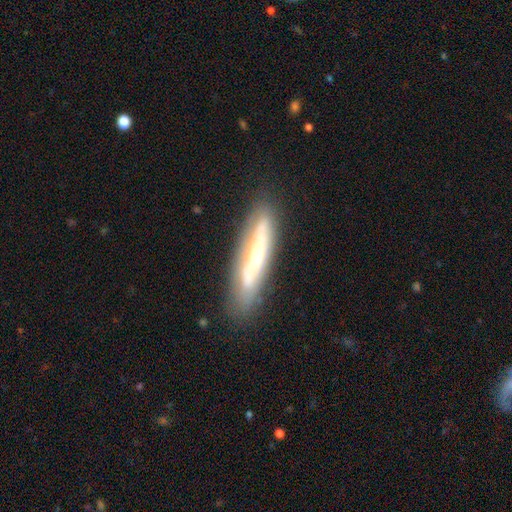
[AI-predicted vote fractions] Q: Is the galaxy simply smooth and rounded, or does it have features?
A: featured or disk — 56%.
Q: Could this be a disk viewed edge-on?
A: yes — 64%.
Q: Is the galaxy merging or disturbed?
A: none — 80%.